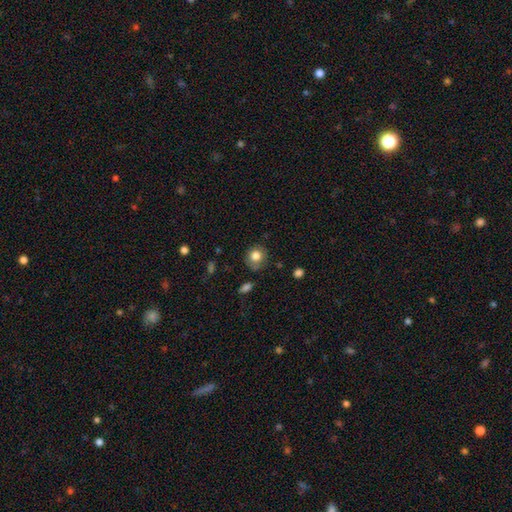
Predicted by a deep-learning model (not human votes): smooth-or-featured: smooth: 80% | featured or disk: 11% | star or artifact: 10%
  how-rounded: round: 82% | in between: 17% | cigar-shaped: 1%
  merging: none: 73% | minor disturbance: 19% | major disturbance: 5% | merger: 2%